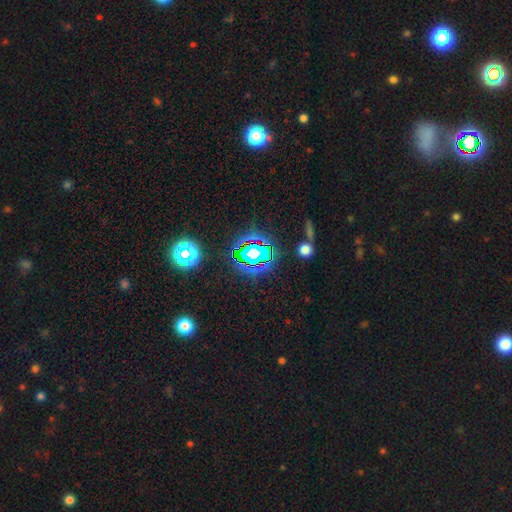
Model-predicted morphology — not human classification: smooth-or-featured: star or artifact: 79% | smooth: 13% | featured or disk: 8%